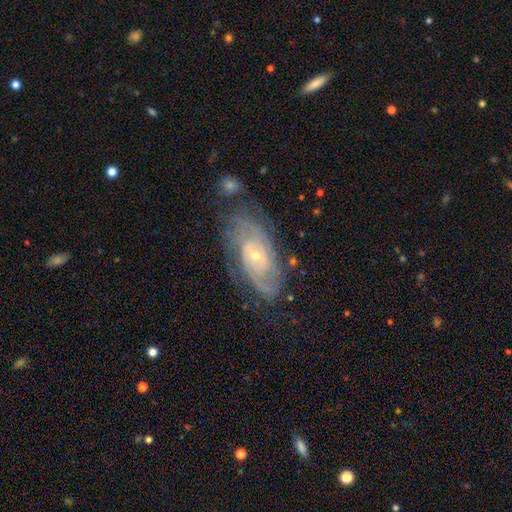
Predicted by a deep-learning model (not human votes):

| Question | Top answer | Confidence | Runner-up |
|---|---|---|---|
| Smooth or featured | featured or disk | 84% | smooth (10%) |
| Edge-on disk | no | 94% | yes (6%) |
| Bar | no | 68% | weak (26%) |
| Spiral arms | yes | 94% | no (6%) |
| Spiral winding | tight | 65% | medium (28%) |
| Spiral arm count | can't tell | 36% | 2 (34%) |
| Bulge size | small | 73% | moderate (24%) |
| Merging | none | 67% | minor disturbance (20%) |